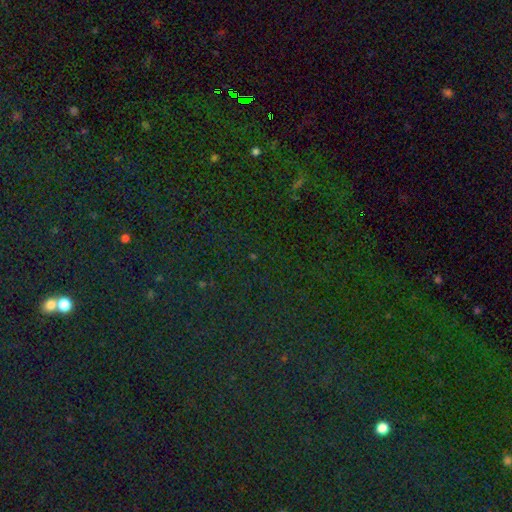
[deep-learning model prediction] Q: Smooth or featured?
A: star or artifact (79%); runner-up: smooth (13%)